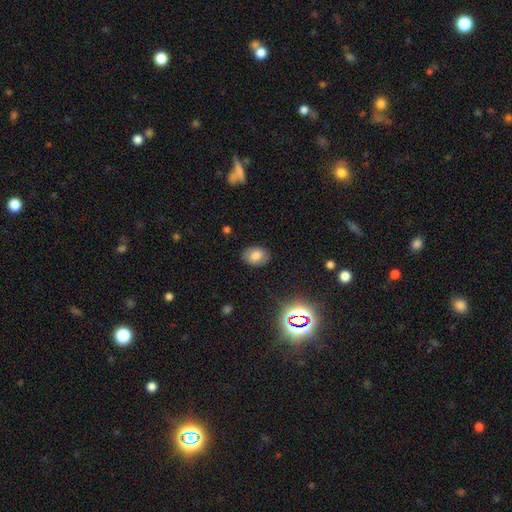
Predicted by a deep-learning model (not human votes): Smooth or featured? smooth (72%)
How rounded? in between (69%)
Merging? none (84%)